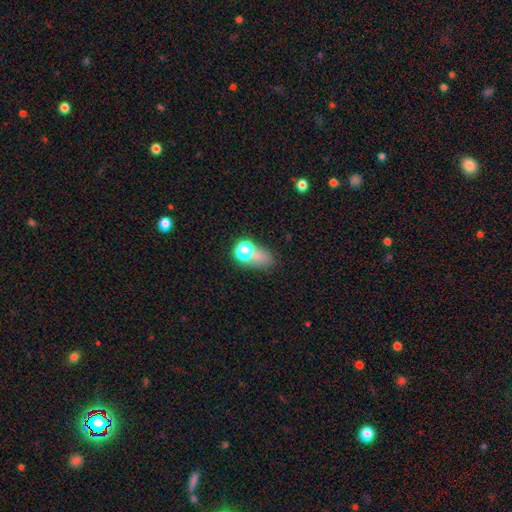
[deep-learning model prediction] This appears to be a smooth galaxy with no disk features (66%) that is in between round and cigar-shaped (59%). Merging: none (34%).